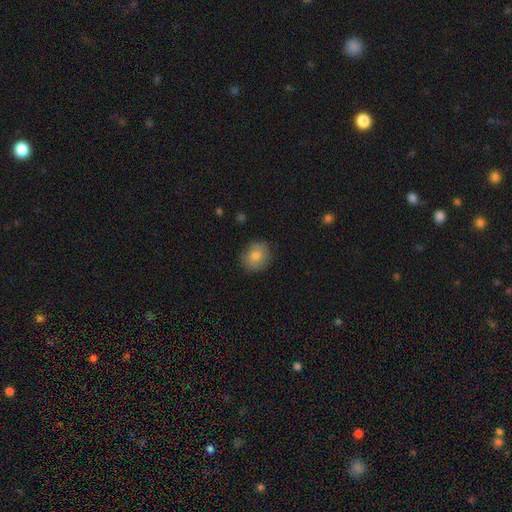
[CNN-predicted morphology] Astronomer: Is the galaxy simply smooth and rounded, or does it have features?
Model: smooth — 78%.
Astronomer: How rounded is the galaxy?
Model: round — 75%.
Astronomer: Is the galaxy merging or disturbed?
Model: none — 85%.